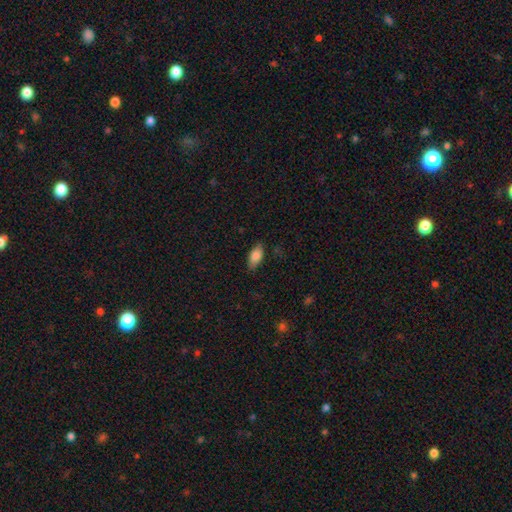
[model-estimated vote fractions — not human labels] smooth_or_featured: smooth (p=0.84) [alt: featured or disk p=0.08]
how_rounded: in between (p=0.88) [alt: cigar-shaped p=0.09]
merging: none (p=0.80) [alt: minor disturbance p=0.16]